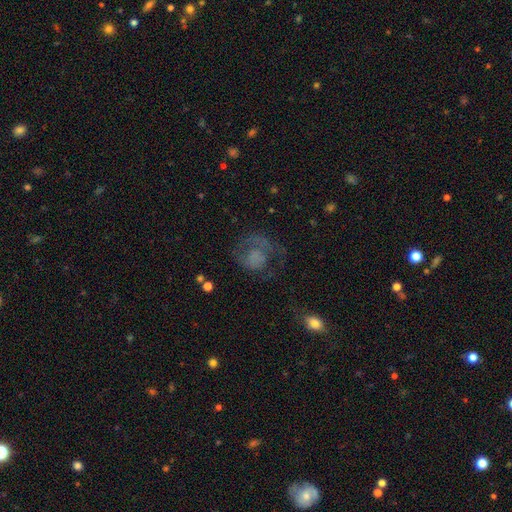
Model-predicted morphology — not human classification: type=featured or disk (43%); merging=none (43%).